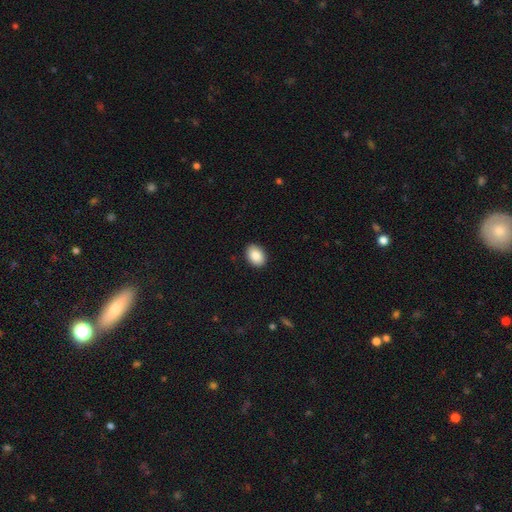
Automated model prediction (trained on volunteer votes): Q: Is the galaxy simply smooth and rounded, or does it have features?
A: smooth — 89%.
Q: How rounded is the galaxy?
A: in between — 80%.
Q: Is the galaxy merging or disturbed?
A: none — 90%.